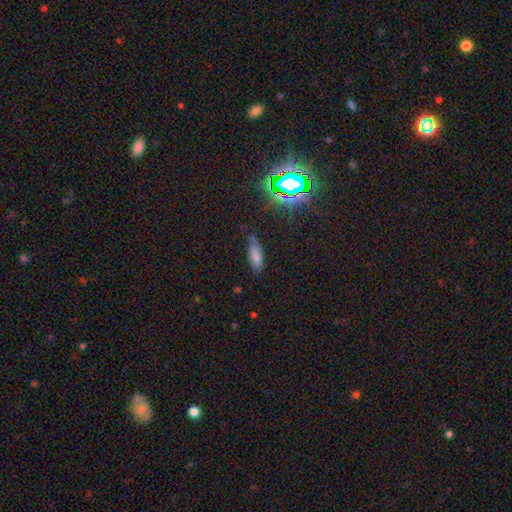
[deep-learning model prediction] Smooth or featured? smooth (75%)
How rounded? in between (66%)
Merging? none (61%)